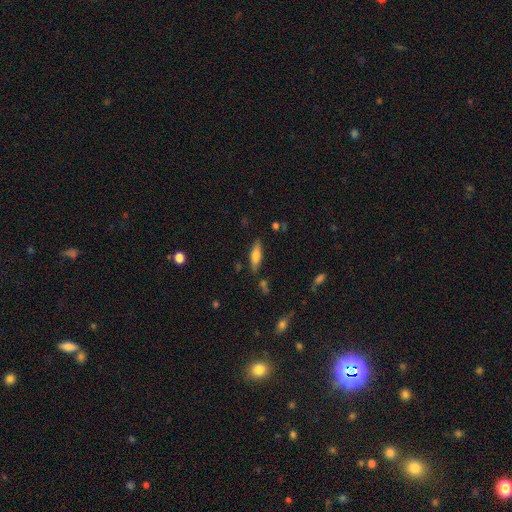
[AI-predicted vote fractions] This appears to be a smooth galaxy with no disk features (63%) that is cigar-shaped (51%). Merging: none (83%).